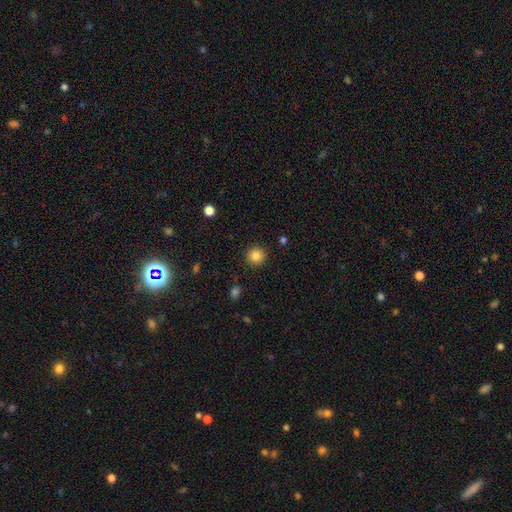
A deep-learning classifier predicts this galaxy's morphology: A smooth galaxy with no disk features (85%) that is round (94%).

Vote fractions:
- Smooth or featured? smooth: 85% / star or artifact: 10% / featured or disk: 5%
- How rounded? round: 94% / in between: 5% / cigar-shaped: 1%
- Merging? none: 90% / minor disturbance: 6% / major disturbance: 2% / merger: 1%